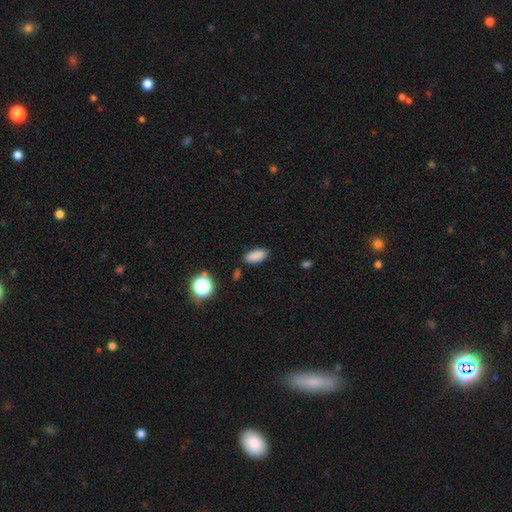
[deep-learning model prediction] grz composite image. It shows a smooth galaxy with no disk features (86%) that is in between round and cigar-shaped (86%). Merging: none (84%).